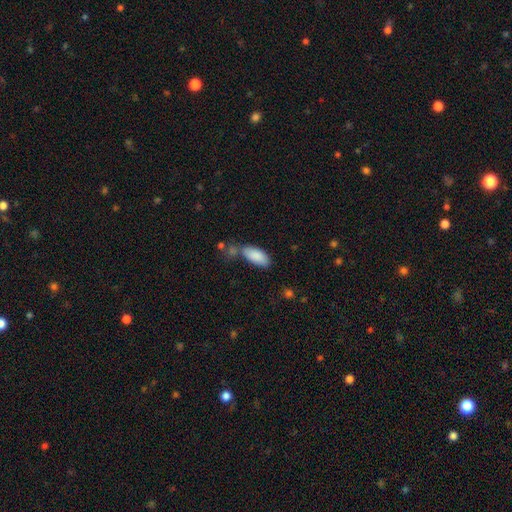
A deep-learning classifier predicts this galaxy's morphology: Smooth or featured?
  - smooth: 87% *
  - featured or disk: 7%
  - star or artifact: 6%
How rounded?
  - in between: 84% *
  - cigar-shaped: 14%
  - round: 2%
Merging?
  - none: 54% *
  - minor disturbance: 21%
  - merger: 18%
  - major disturbance: 7%